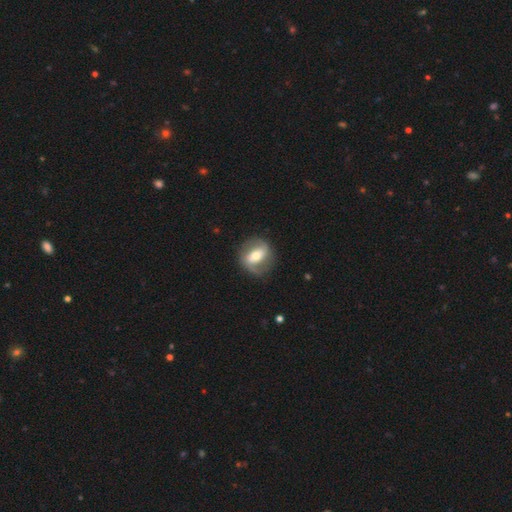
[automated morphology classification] This is likely a featured or disk galaxy (64%). It is clearly not viewed edge-on (94%). Bar: marginally strong (44%). Spiral arm pattern: likely yes (67%). Central bulge: likely moderate (64%). Merging: likely none (78%).